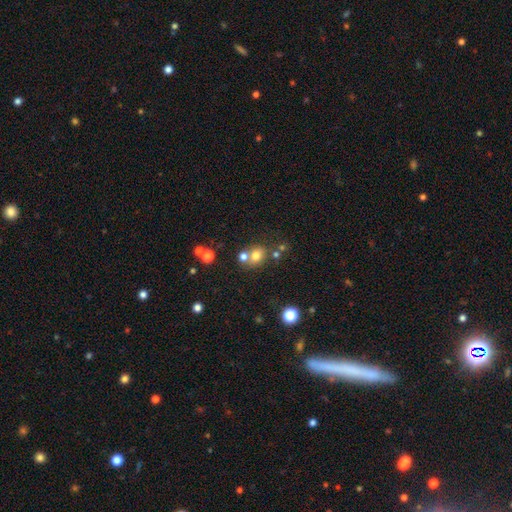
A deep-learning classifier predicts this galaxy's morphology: Overall: smooth (72%). How rounded: round (70%). Merging: none (56%; merger 30%).